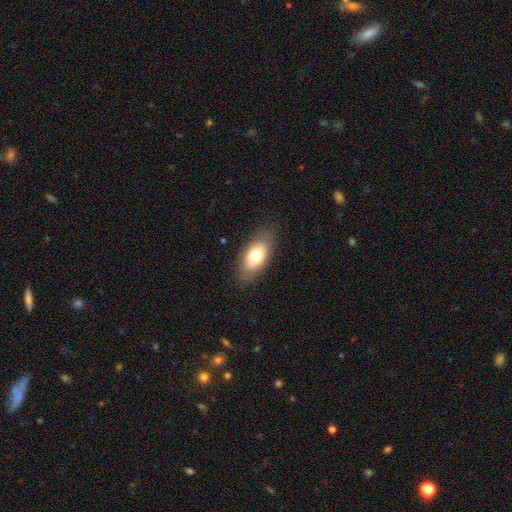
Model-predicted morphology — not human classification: This appears to be a smooth galaxy with no disk features (71%) that is in between round and cigar-shaped (90%). Merging: none (83%).